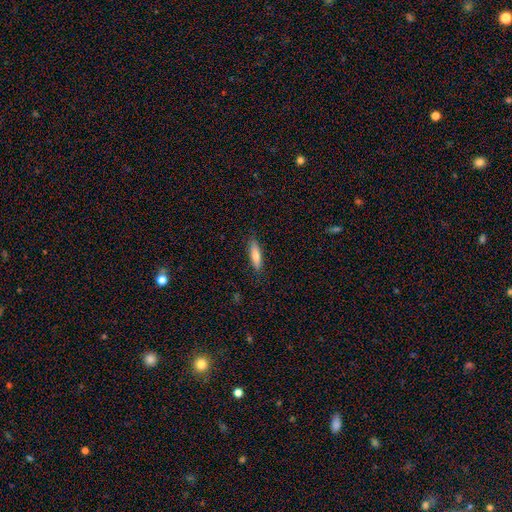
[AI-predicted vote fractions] smooth-or-featured: smooth: 75% | featured or disk: 19% | star or artifact: 6%
  how-rounded: cigar-shaped: 64% | in between: 34% | round: 2%
  merging: none: 87% | minor disturbance: 10% | major disturbance: 2% | merger: 1%